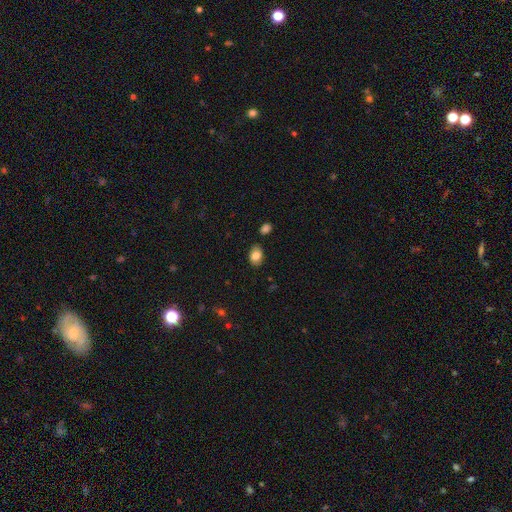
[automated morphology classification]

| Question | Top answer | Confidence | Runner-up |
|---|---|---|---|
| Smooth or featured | smooth | 84% | star or artifact (8%) |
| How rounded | in between | 81% | round (18%) |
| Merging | none | 79% | minor disturbance (15%) |